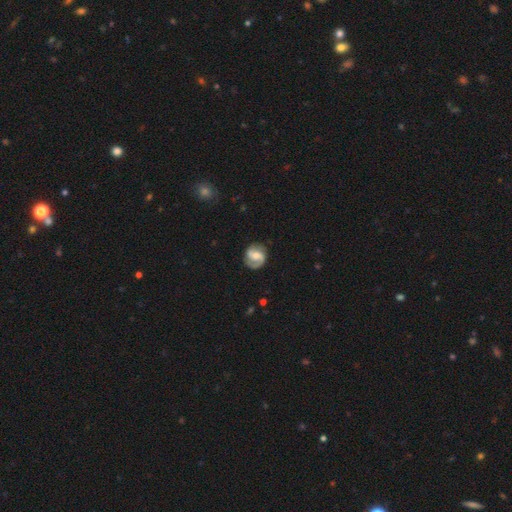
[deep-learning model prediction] featured or disk 74%, smooth 20%, star or artifact 6%. Down the decision tree: edge-on disk — no (98%); bar — weak (49%); spiral arms — yes (91%); spiral arm count — 2 (85%); spiral winding — medium (47%); bulge size — moderate (59%); merging — none (79%).